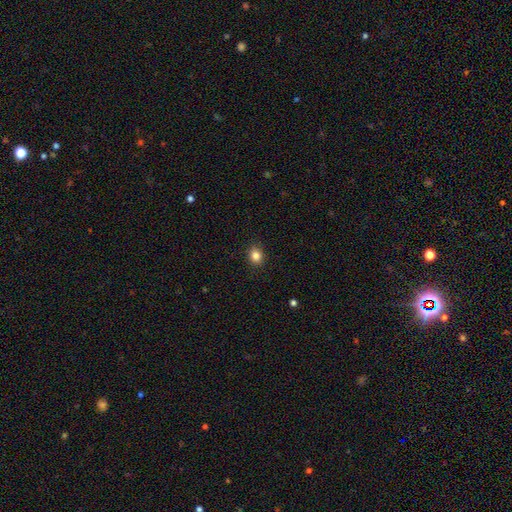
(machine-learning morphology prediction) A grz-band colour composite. It shows a smooth galaxy with no disk features (84%) that is round (66%). Merging: none (91%).